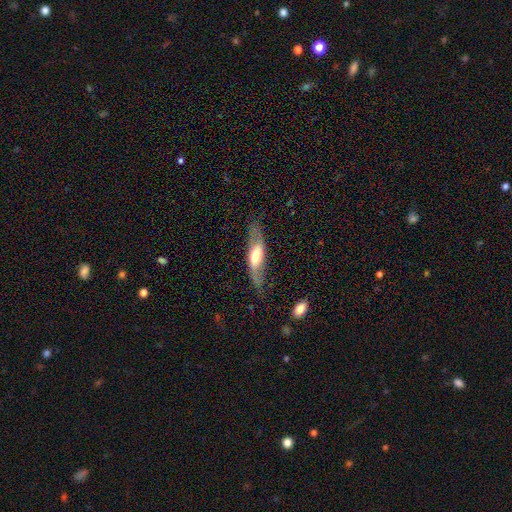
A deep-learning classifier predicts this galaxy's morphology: type=featured or disk (55%); edge-on=no (55%); merging=none (71%).